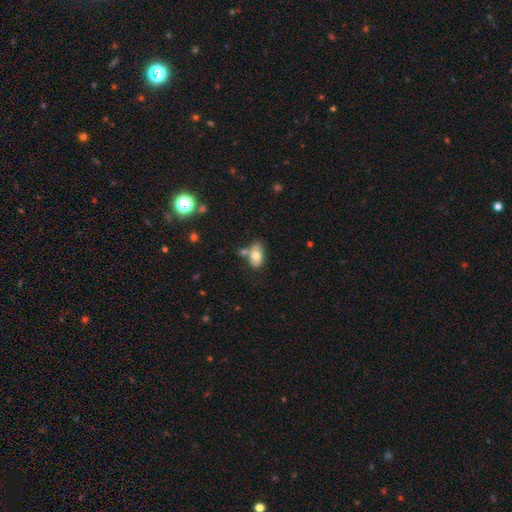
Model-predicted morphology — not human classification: type=smooth (71%); roundness=in between (90%); merging=none (53%).